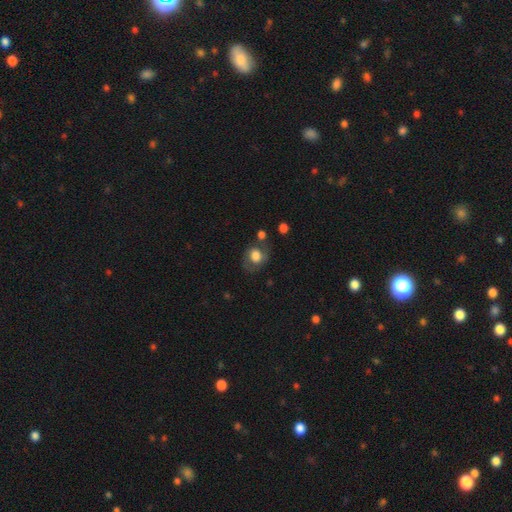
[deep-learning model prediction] A smooth galaxy with no disk features (63%) that is round (53%). Merging: none (60%).